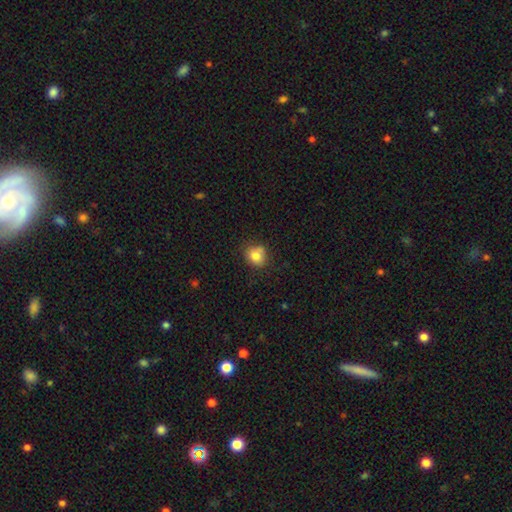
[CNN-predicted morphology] smooth-or-featured: smooth: 81% | star or artifact: 10% | featured or disk: 9%
  how-rounded: round: 70% | in between: 29% | cigar-shaped: 1%
  merging: none: 66% | minor disturbance: 22% | merger: 6% | major disturbance: 5%